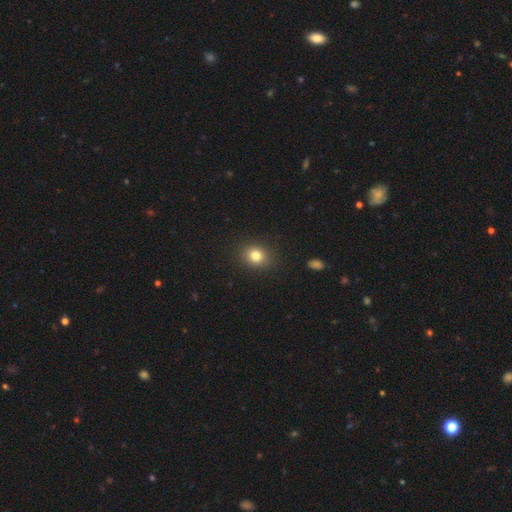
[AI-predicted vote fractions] smooth_or_featured: smooth (p=0.81) [alt: star or artifact p=0.12]
how_rounded: round (p=0.70) [alt: in between p=0.29]
merging: none (p=0.88) [alt: minor disturbance p=0.08]